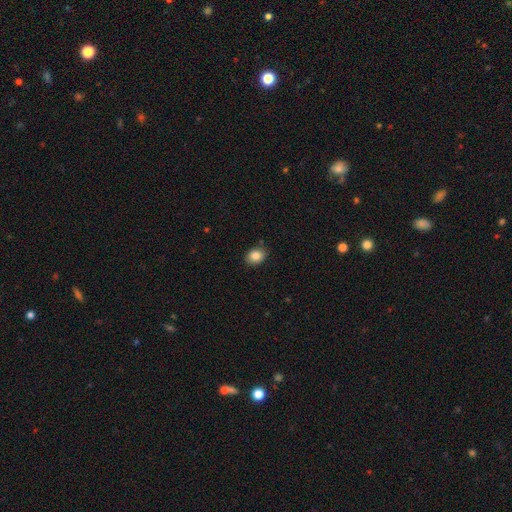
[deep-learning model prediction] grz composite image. It shows a smooth galaxy with no disk features (85%) that is in between round and cigar-shaped (60%). Merging: none (85%).